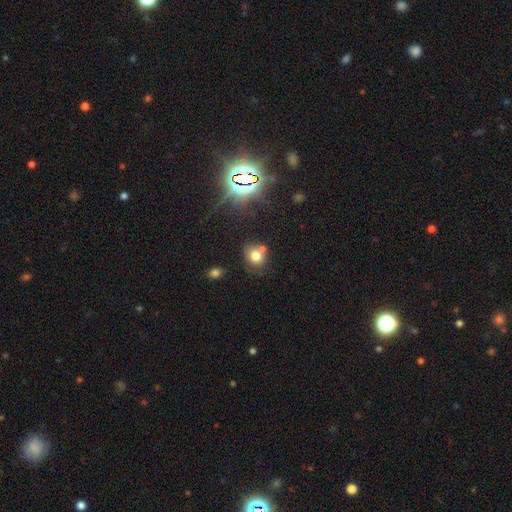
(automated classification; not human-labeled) Smooth or featured: smooth — 72% (star or artifact — 16%)
How rounded: round — 73% (in between — 26%)
Merging: none — 55% (merger — 26%)